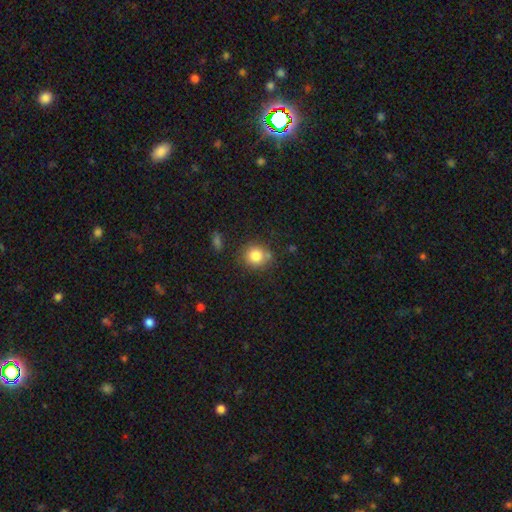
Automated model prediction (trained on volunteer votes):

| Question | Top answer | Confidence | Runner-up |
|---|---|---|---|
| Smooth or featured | smooth | 83% | star or artifact (10%) |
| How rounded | round | 86% | in between (13%) |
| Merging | none | 76% | minor disturbance (13%) |